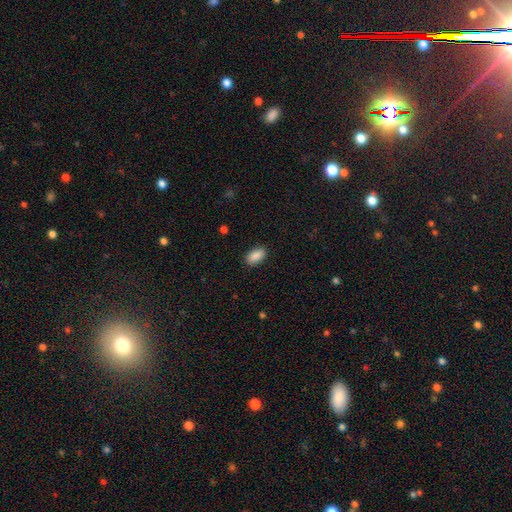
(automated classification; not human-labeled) This appears to be a smooth galaxy with no disk features (90%) that is in between round and cigar-shaped (93%). Merging: none (89%).